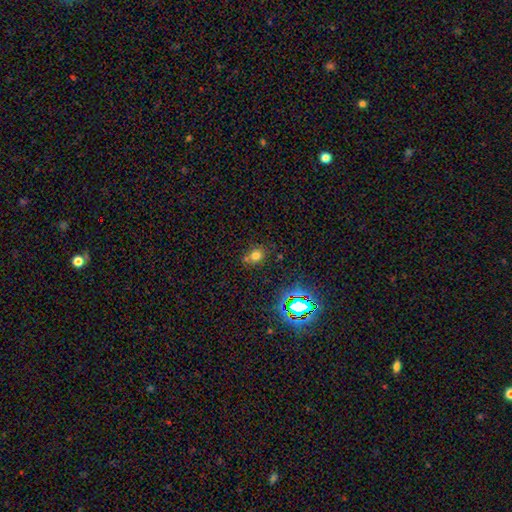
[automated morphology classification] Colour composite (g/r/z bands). It shows a smooth galaxy with no disk features (70%) that is round (58%). Merging: none (66%).